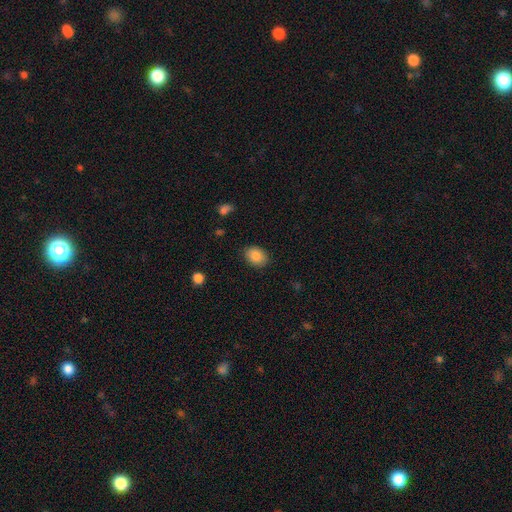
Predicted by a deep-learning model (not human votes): The model was most divided on "how rounded": in between: 65%, round: 34%, cigar-shaped: 1%. More confident: smooth or featured — smooth (87%); merging — none (86%).